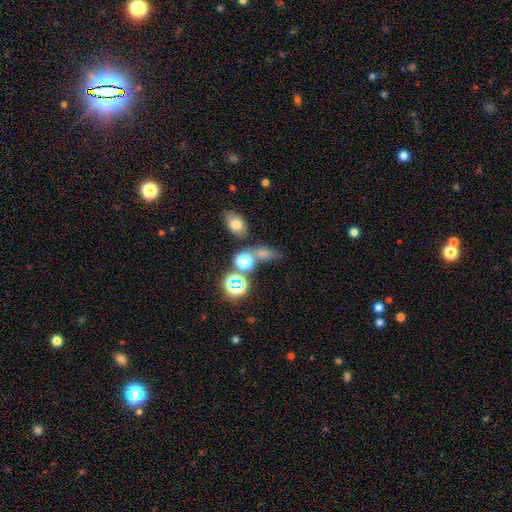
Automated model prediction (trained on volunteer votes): Overall: smooth (49%; star or artifact 36%). Merging: none (51%; merger 27%).